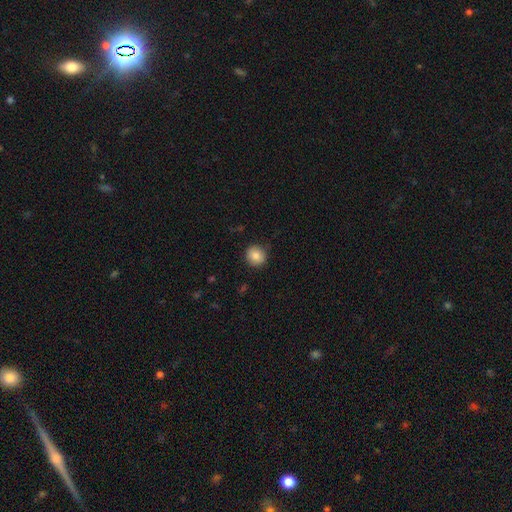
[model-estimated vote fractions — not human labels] smooth_or_featured: smooth (p=0.85) [alt: star or artifact p=0.09]
how_rounded: round (p=0.89) [alt: in between p=0.10]
merging: none (p=0.89) [alt: minor disturbance p=0.08]